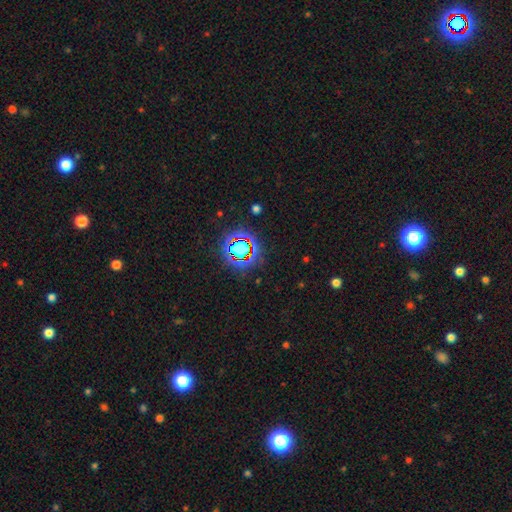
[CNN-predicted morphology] type=star or artifact (81%).